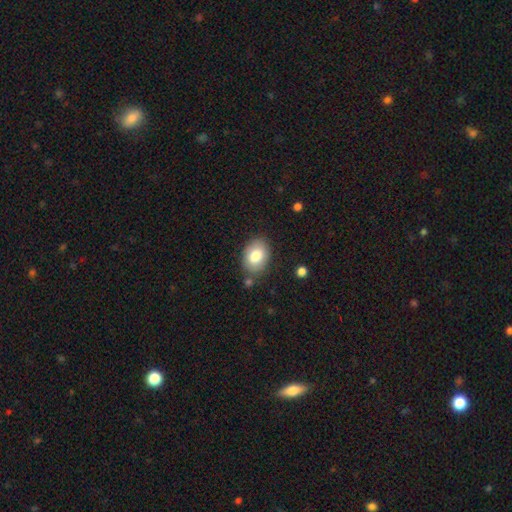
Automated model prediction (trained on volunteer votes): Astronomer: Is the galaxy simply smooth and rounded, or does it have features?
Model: smooth — 81%.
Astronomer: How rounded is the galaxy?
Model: in between — 78%.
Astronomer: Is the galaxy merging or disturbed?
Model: none — 78%.